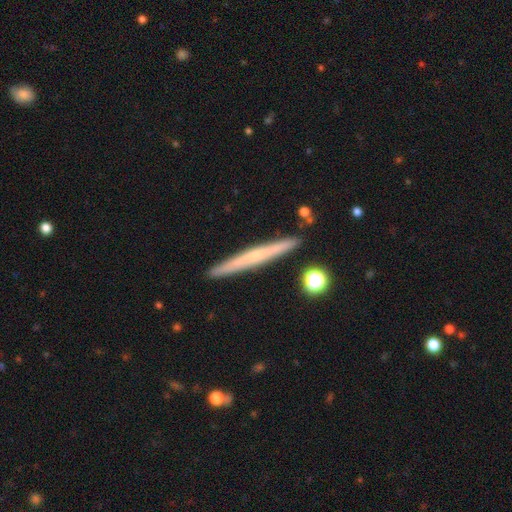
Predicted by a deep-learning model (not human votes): smooth_or_featured: featured or disk (p=0.56) [alt: smooth p=0.38]
disk_edge_on: yes (p=0.97) [alt: no p=0.03]
edge_on_bulge: none (p=0.64) [alt: rounded p=0.31]
merging: none (p=0.90) [alt: minor disturbance p=0.07]